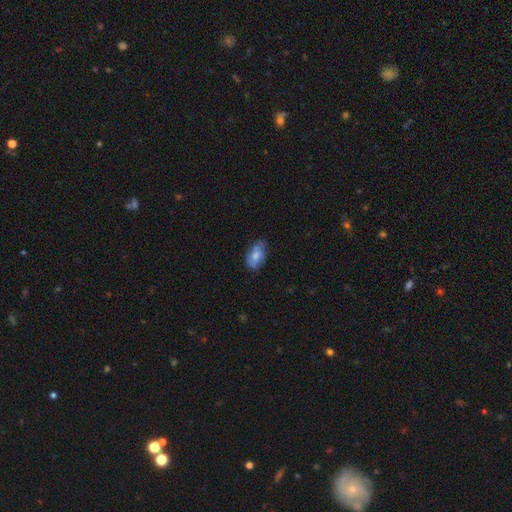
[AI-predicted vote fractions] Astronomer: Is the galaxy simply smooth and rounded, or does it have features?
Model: smooth — 62%.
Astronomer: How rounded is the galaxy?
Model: in between — 90%.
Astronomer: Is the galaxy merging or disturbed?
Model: none — 61%.